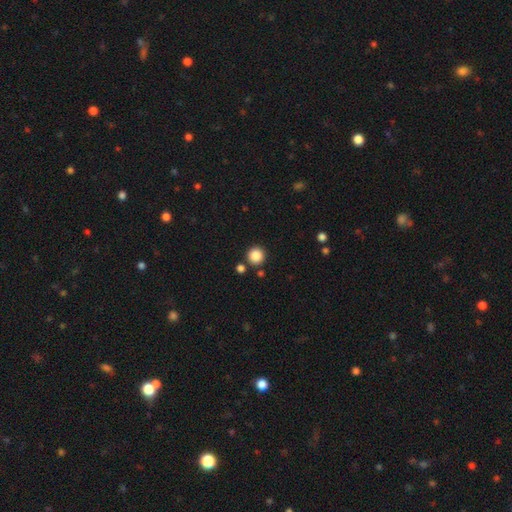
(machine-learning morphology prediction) This appears to be a smooth galaxy with no disk features (87%) that is round (95%). Merging: none (86%).